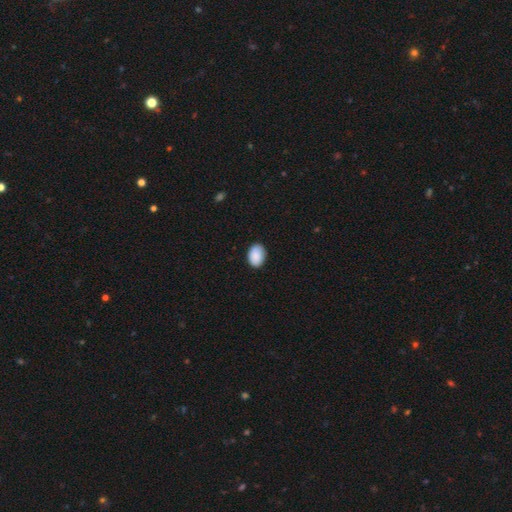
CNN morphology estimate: A smooth galaxy with no disk features (91%) that is in between round and cigar-shaped (84%). Merging: none (87%).